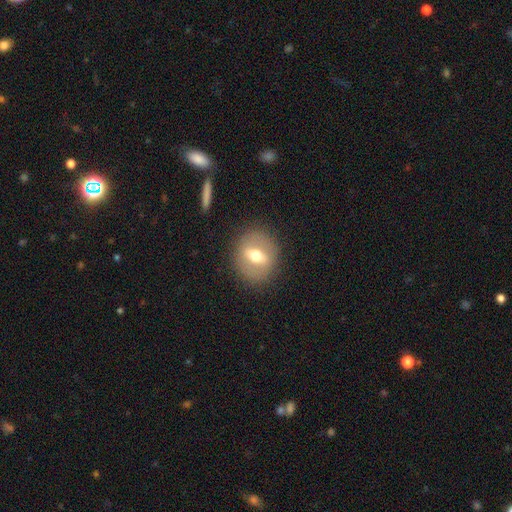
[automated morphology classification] Smooth or featured?
  - featured or disk: 51% *
  - smooth: 41%
  - star or artifact: 8%
Edge-on disk?
  - no: 78% *
  - yes: 22%
Merging?
  - none: 84% *
  - minor disturbance: 10%
  - major disturbance: 5%
  - merger: 1%